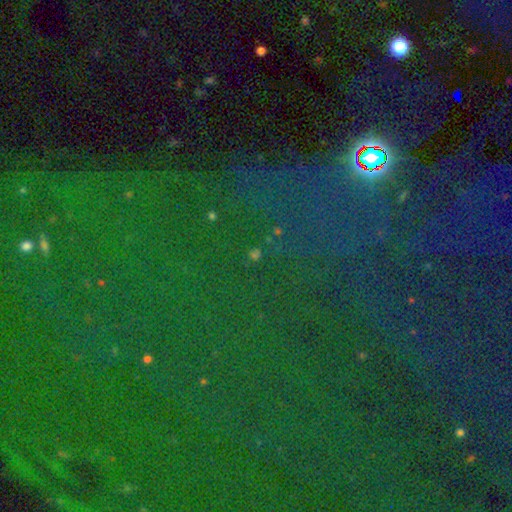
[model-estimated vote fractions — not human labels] This is likely a star or artifact rather than a galaxy (79%).